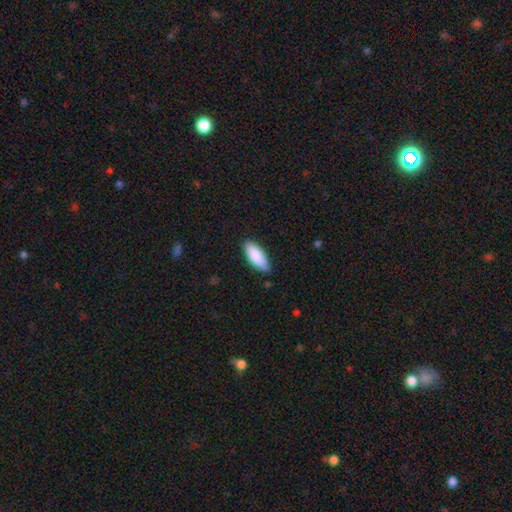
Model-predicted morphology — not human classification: The model was most divided on "merging": none: 81%, minor disturbance: 15%, major disturbance: 2%, merger: 1%. More confident: smooth or featured — smooth (88%); how rounded — in between (82%).